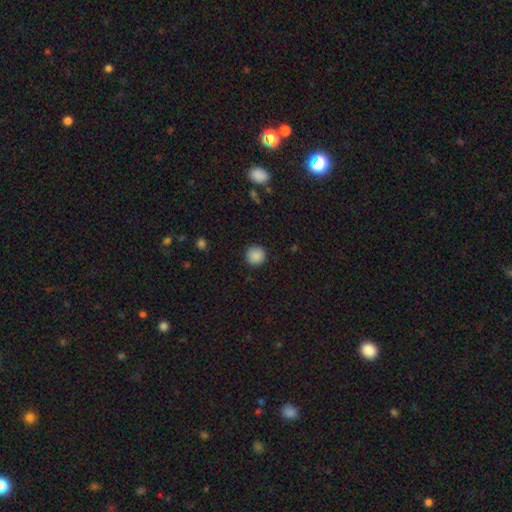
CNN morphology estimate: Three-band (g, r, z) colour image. It shows a smooth galaxy with no disk features (88%) that is round (94%). Merging: none (90%).